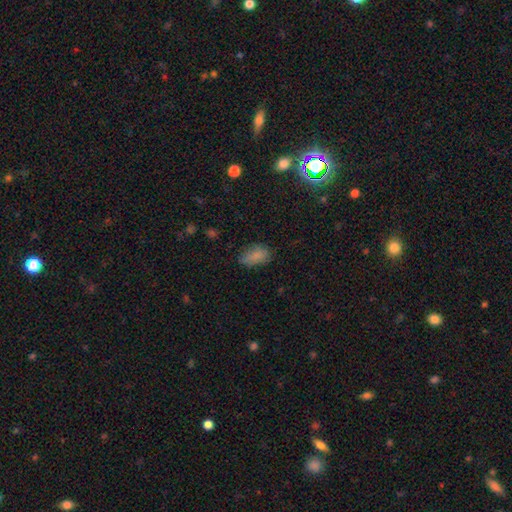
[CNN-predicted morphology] type=smooth (83%); roundness=in between (91%); merging=none (72%).